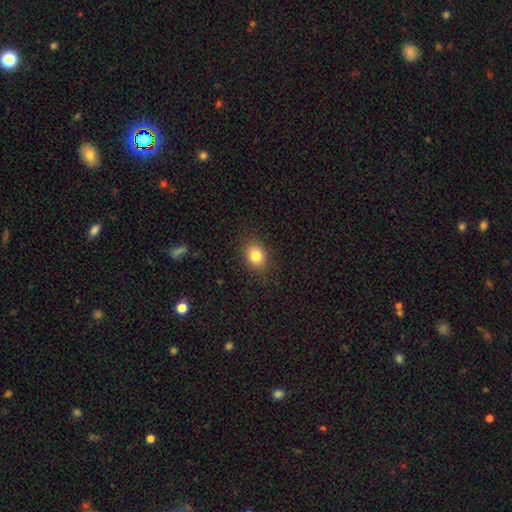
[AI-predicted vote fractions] smooth_or_featured: smooth (p=0.82) [alt: star or artifact p=0.11]
how_rounded: in between (p=0.52) [alt: round p=0.47]
merging: none (p=0.87) [alt: minor disturbance p=0.09]